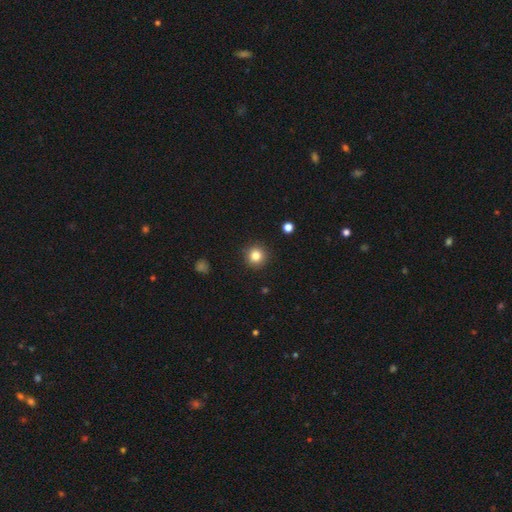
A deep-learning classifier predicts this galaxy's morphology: The model was most divided on "smooth or featured": smooth: 83%, star or artifact: 11%, featured or disk: 6%. More confident: how rounded — round (94%); merging — none (91%).